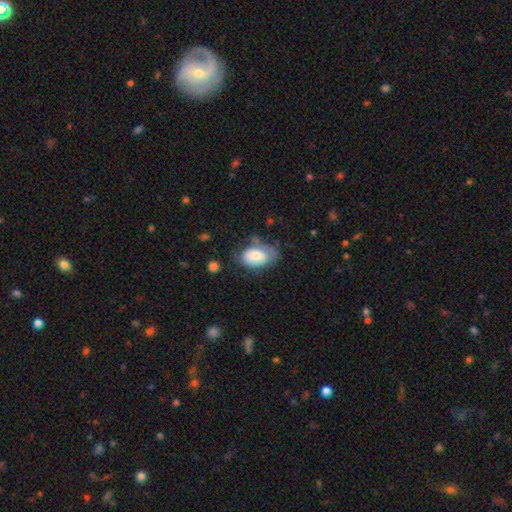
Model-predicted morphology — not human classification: This appears to be a smooth galaxy with no disk features (70%) that is in between round and cigar-shaped (89%). Merging: none (46%).